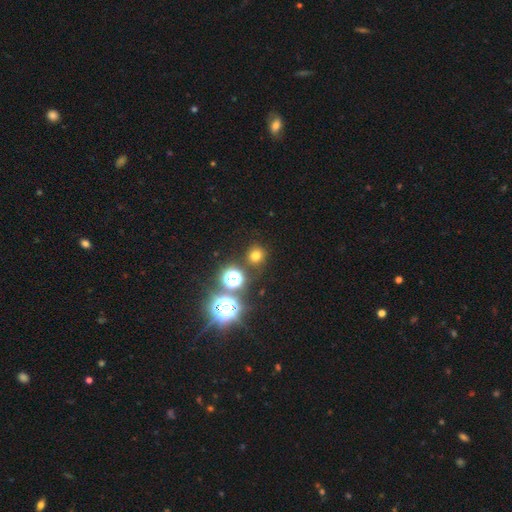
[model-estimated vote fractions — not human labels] Morphology: type=smooth (67%); roundness=round (89%); merging=none (86%).